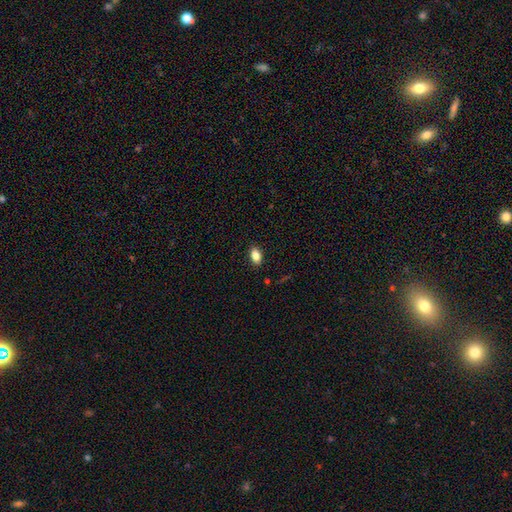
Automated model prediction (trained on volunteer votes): Smooth or featured? Predicted: smooth (p=0.84). How rounded? Predicted: in between (p=0.87). Merging? Predicted: none (p=0.89).